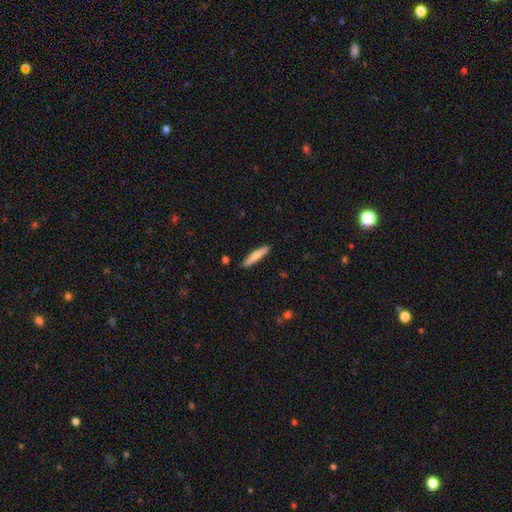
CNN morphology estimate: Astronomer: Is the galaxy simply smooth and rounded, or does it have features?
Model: smooth — 69%.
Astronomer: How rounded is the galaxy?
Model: cigar-shaped — 86%.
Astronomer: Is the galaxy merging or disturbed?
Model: none — 89%.